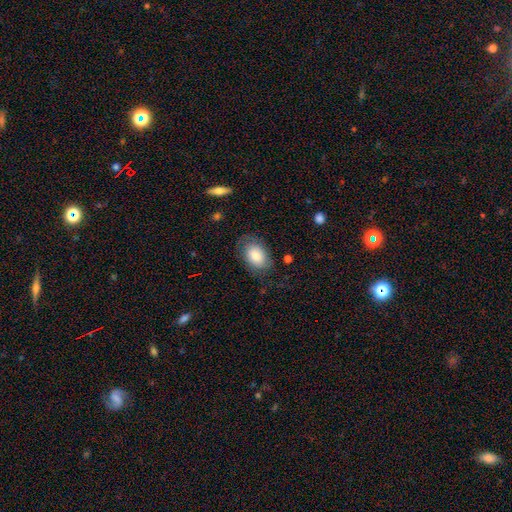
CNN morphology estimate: Smooth or featured? Predicted: smooth (p=0.78). How rounded? Predicted: in between (p=0.86). Merging? Predicted: none (p=0.69).